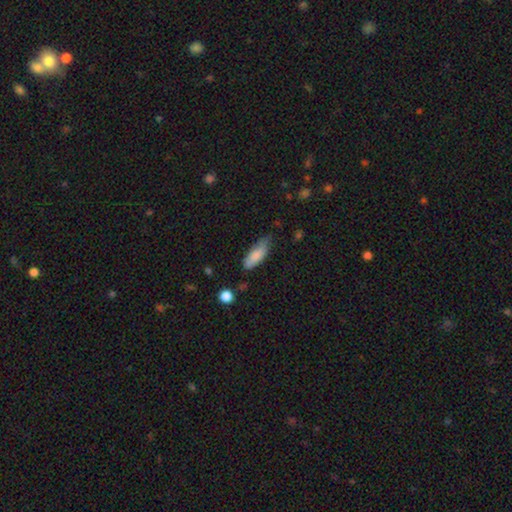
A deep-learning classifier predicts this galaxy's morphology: A smooth galaxy with no disk features (83%) that is in between round and cigar-shaped (63%). Merging: none (58%).